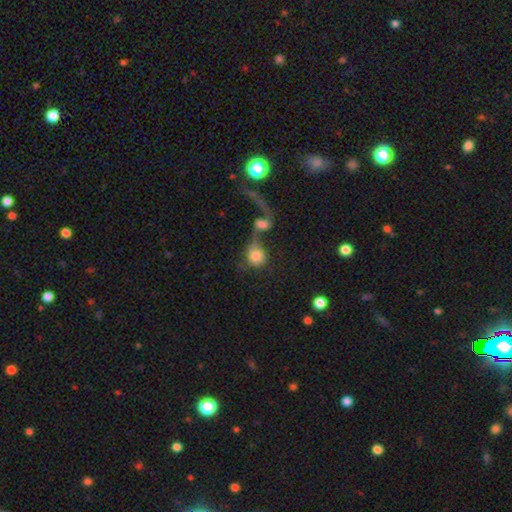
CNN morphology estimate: smooth-or-featured: smooth: 66% | featured or disk: 24% | star or artifact: 10%
  how-rounded: round: 69% | in between: 28% | cigar-shaped: 2%
  merging: merger: 64% | none: 15% | major disturbance: 15% | minor disturbance: 7%